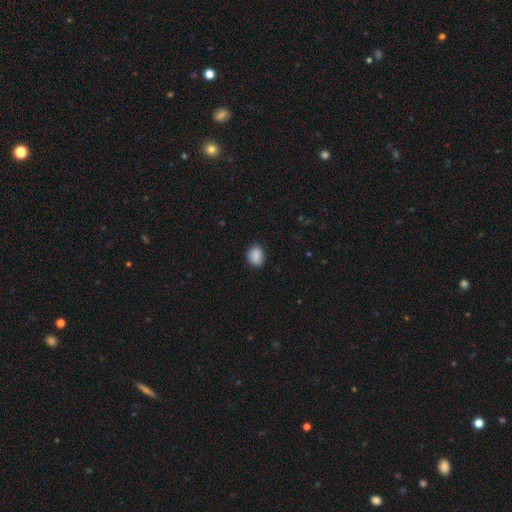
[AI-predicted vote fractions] Morphology: type=smooth (85%); roundness=round (52%); merging=none (82%).